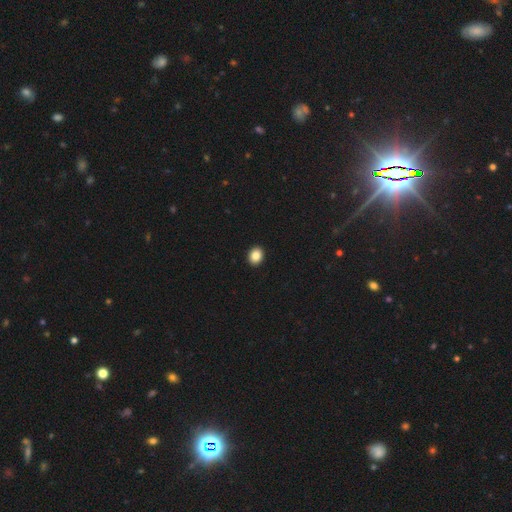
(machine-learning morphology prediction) Smooth or featured: smooth — 87% (star or artifact — 9%)
How rounded: round — 52% (in between — 47%)
Merging: none — 93% (minor disturbance — 5%)